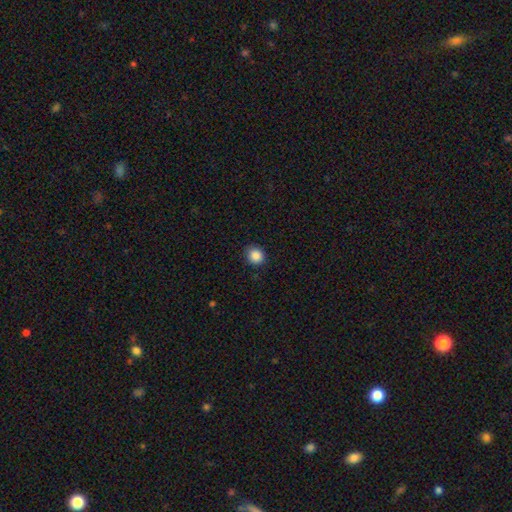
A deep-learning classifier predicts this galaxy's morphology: type=smooth (87%); roundness=round (80%); merging=none (87%).